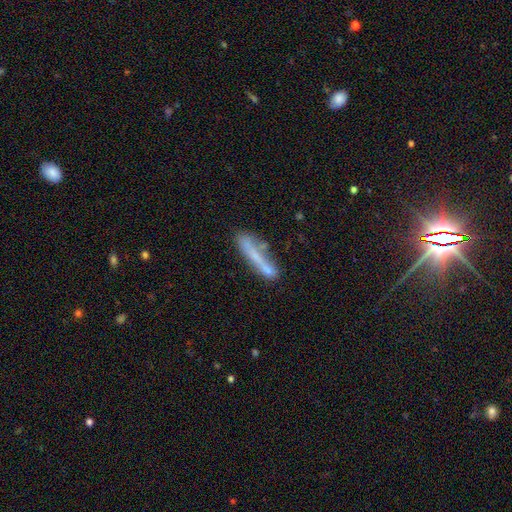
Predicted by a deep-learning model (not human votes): Smooth or featured: smooth — 55% (featured or disk — 35%)
How rounded: cigar-shaped — 90% (in between — 9%)
Merging: none — 53% (minor disturbance — 21%)